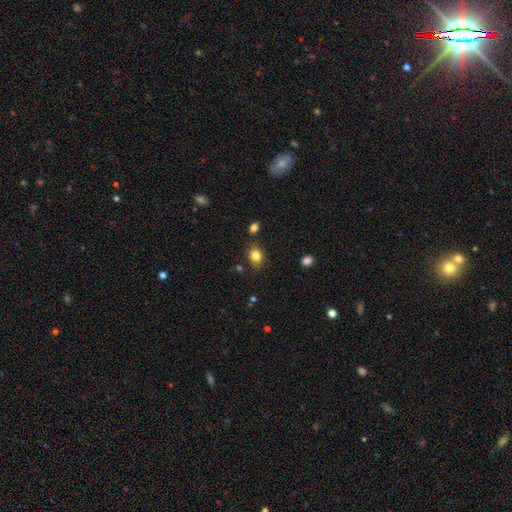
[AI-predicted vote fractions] A smooth galaxy with no disk features (82%) that is in between round and cigar-shaped (64%). Merging: none (81%).